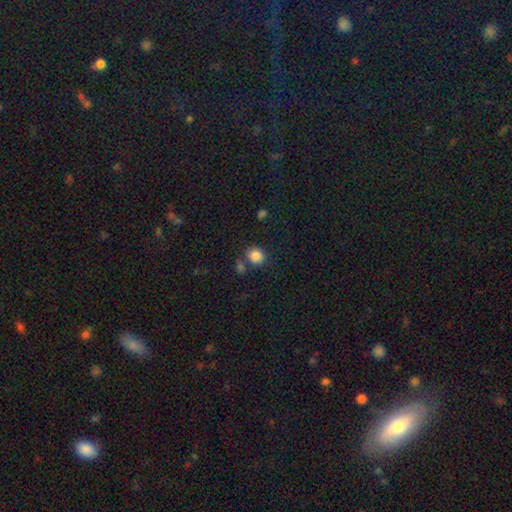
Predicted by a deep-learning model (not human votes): A smooth galaxy with no disk features (85%) that is round (75%).

Vote fractions:
- Smooth or featured? smooth: 85% / star or artifact: 10% / featured or disk: 5%
- How rounded? round: 75% / in between: 24% / cigar-shaped: 1%
- Merging? none: 69% / merger: 16% / minor disturbance: 12% / major disturbance: 4%